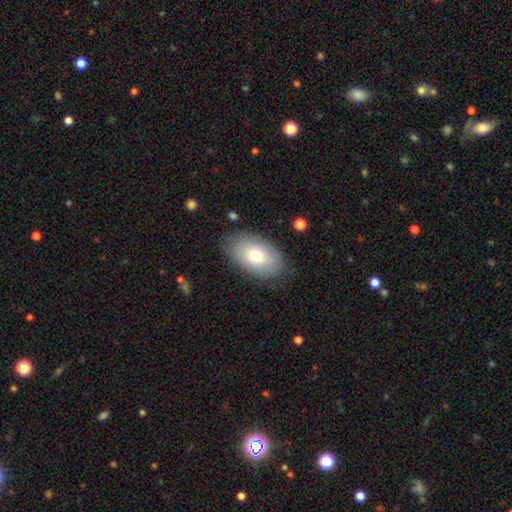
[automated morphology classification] A smooth galaxy with no disk features (72%) that is in between round and cigar-shaped (92%). Merging: none (84%).